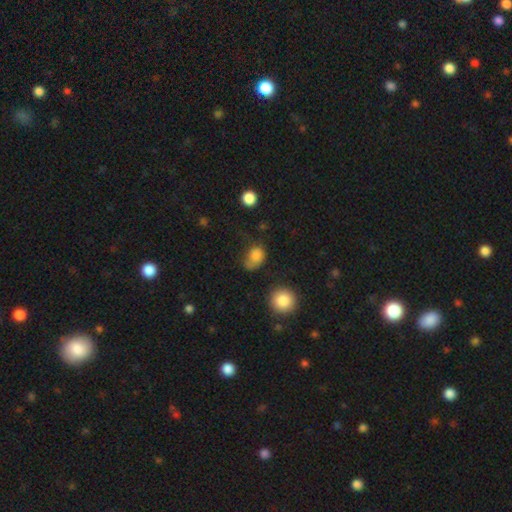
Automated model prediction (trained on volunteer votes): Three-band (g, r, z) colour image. It shows a smooth galaxy with no disk features (80%) that is in between round and cigar-shaped (59%). Merging: none (40%).